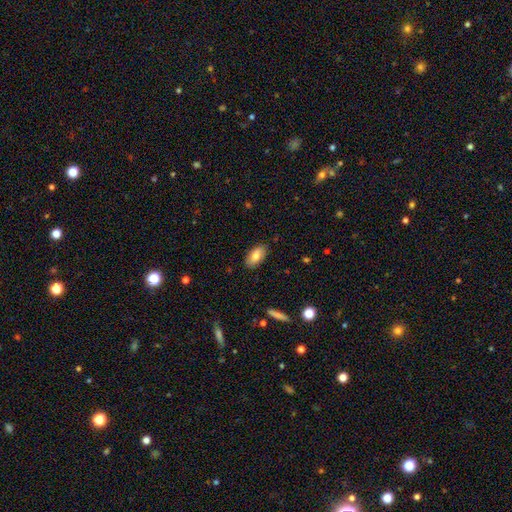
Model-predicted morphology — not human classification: This appears to be a smooth galaxy with no disk features (77%) that is in between round and cigar-shaped (92%). Merging: none (87%).